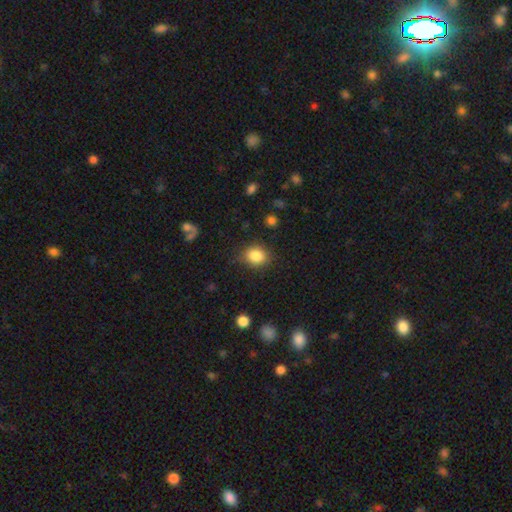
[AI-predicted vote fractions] This appears to be a smooth galaxy with no disk features (85%) that is round (55%). Merging: none (81%).